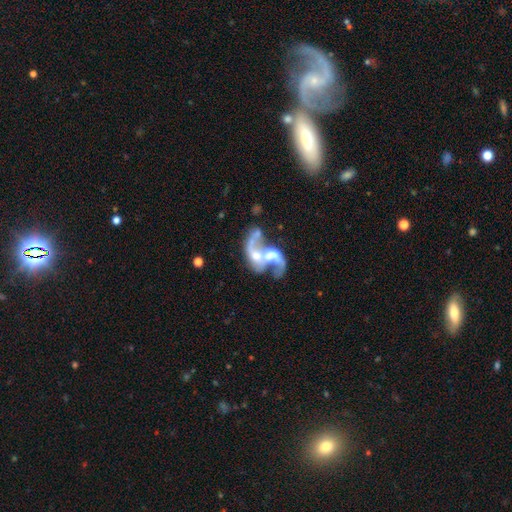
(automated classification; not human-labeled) Morphology: type=featured or disk (78%); edge-on=no (97%); bar=no (57%); spiral arms=yes (75%); winding=loose (77%); arm count=2 (71%); bulge=moderate (52%); merging=merger (66%).